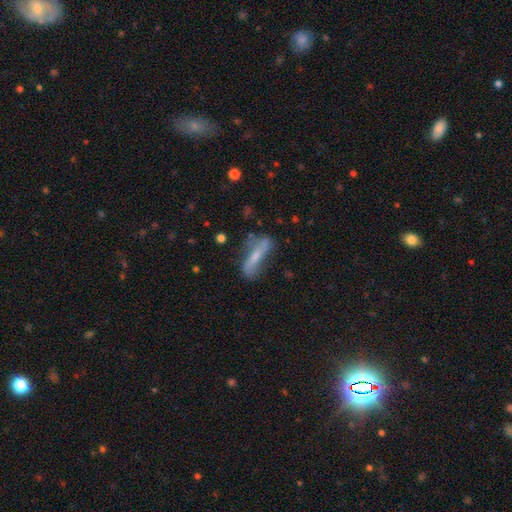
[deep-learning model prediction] A featured or disk galaxy (50%).

Vote fractions:
- Smooth or featured? featured or disk: 50% / smooth: 41% / star or artifact: 9%
- Edge-on disk? no: 60% / yes: 40%
- Merging? none: 56% / minor disturbance: 26% / major disturbance: 13% / merger: 5%